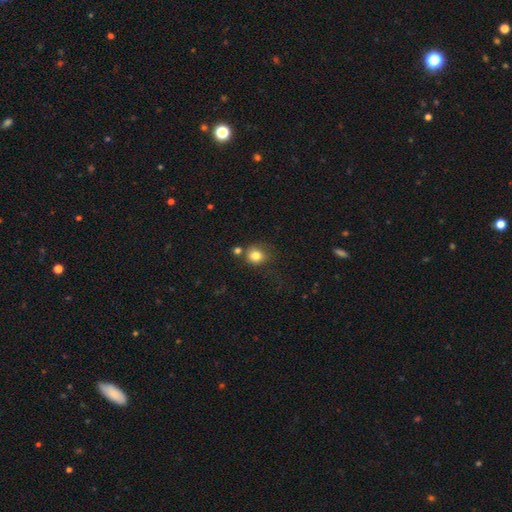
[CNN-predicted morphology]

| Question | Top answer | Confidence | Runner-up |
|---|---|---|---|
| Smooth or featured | smooth | 82% | star or artifact (11%) |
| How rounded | round | 76% | in between (23%) |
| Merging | none | 64% | minor disturbance (18%) |